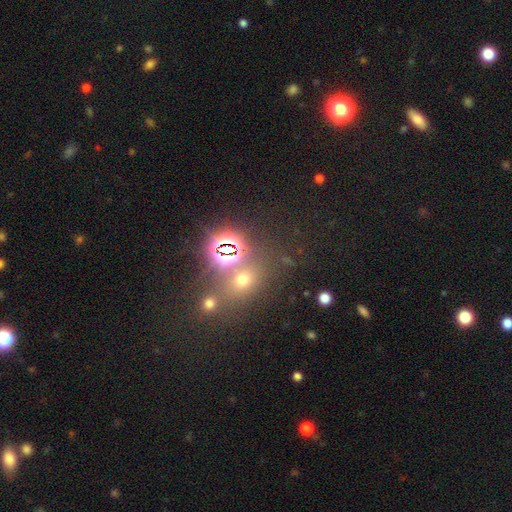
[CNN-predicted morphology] Smooth or featured? Predicted: star or artifact (p=0.59).